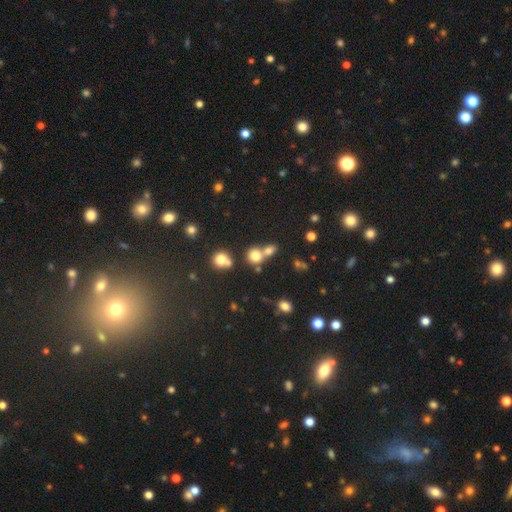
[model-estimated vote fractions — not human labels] smooth_or_featured: smooth (p=0.75) [alt: star or artifact p=0.16]
how_rounded: round (p=0.81) [alt: in between p=0.18]
merging: none (p=0.46) [alt: merger p=0.43]